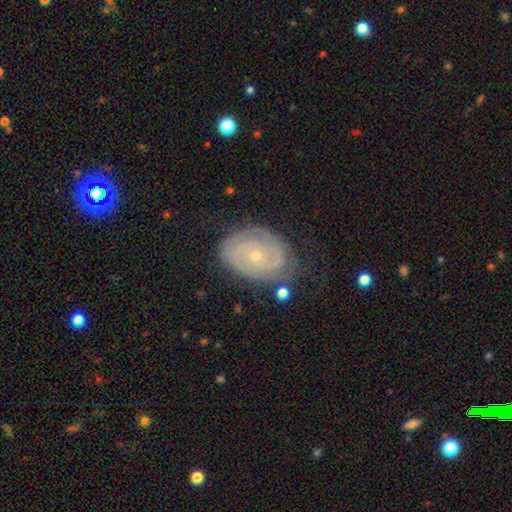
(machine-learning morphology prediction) This appears to be a featured or disk galaxy (83%) with no bar (78%), 2 (50%) tight (75%) spiral arms (94%) and a small central bulge (81%). Merging: none (75%).